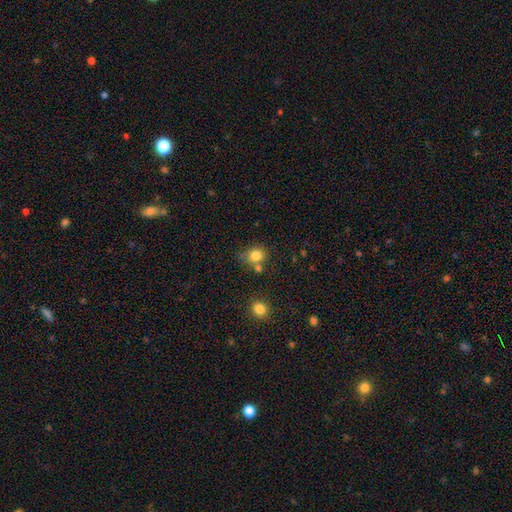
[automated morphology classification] Smooth or featured?
  - smooth: 81% *
  - star or artifact: 12%
  - featured or disk: 7%
How rounded?
  - round: 76% *
  - in between: 23%
  - cigar-shaped: 1%
Merging?
  - none: 61% *
  - merger: 19%
  - minor disturbance: 15%
  - major disturbance: 5%